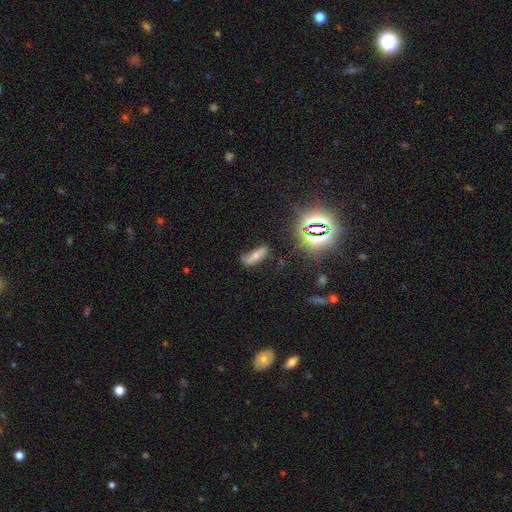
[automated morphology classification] Smooth or featured? smooth (46%)
Merging? none (55%)